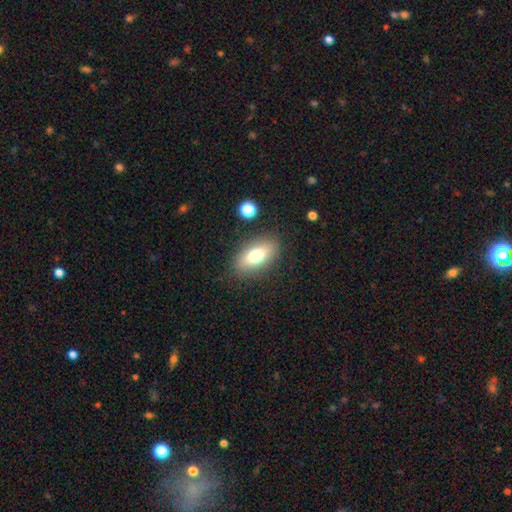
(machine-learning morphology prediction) This appears to be a smooth galaxy with no disk features (74%) that is in between round and cigar-shaped (87%). Merging: none (83%).